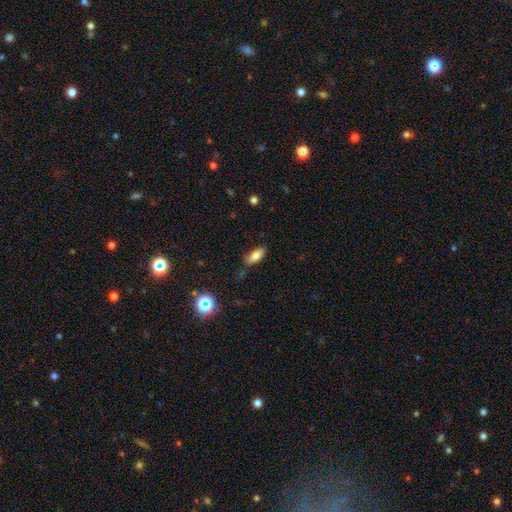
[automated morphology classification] This is likely a smooth galaxy (74%). How rounded: clearly in between (82%). Merging: likely none (71%).